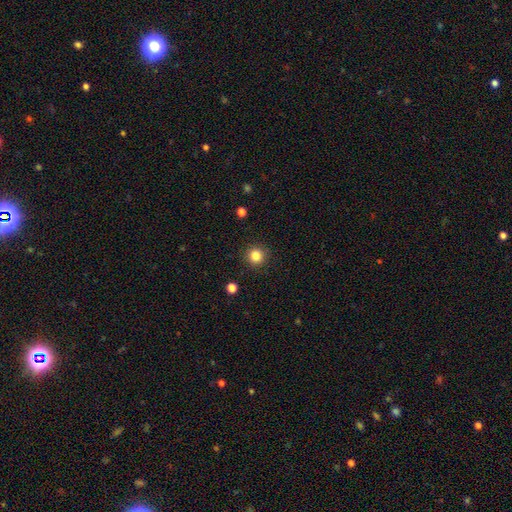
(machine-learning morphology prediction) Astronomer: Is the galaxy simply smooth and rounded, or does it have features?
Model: smooth — 83%.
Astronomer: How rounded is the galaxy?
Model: round — 95%.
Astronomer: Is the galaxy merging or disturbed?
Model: none — 92%.